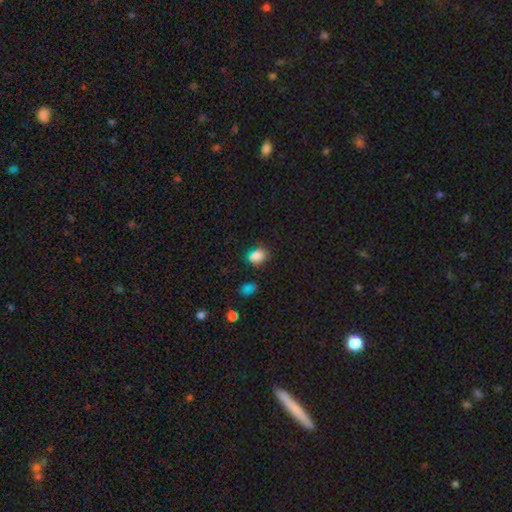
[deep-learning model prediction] Smooth or featured? smooth (77%)
How rounded? round (50%)
Merging? none (77%)